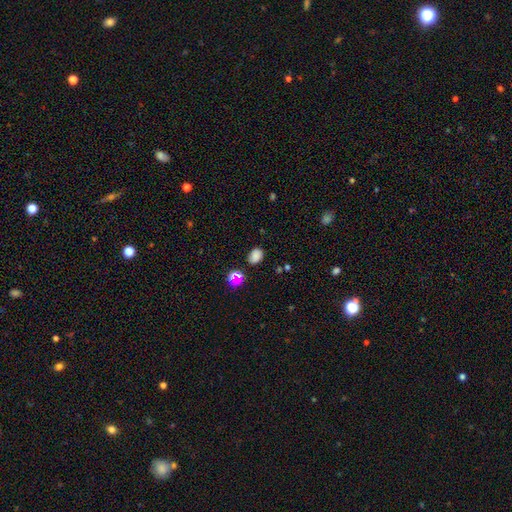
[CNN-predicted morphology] smooth_or_featured: smooth (p=0.77) [alt: star or artifact p=0.17]
how_rounded: in between (p=0.62) [alt: round p=0.37]
merging: none (p=0.79) [alt: minor disturbance p=0.14]